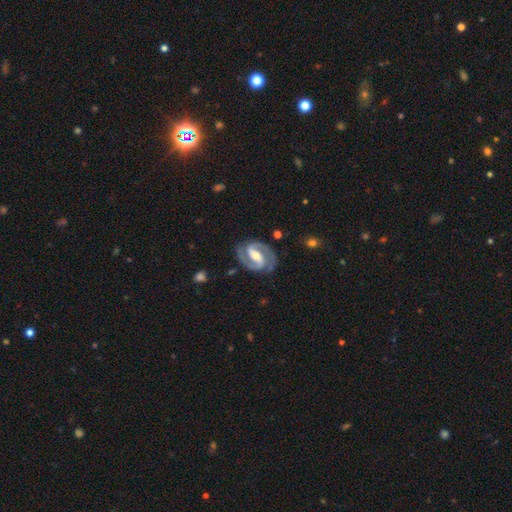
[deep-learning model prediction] Smooth or featured? Predicted: featured or disk (p=0.92). Edge-on disk? Predicted: no (p=0.98). Bar? Predicted: strong (p=0.63). Spiral arms? Predicted: yes (p=0.97). Spiral winding? Predicted: medium (p=0.53). Spiral arm count? Predicted: 2 (p=0.94). Bulge size? Predicted: moderate (p=0.60). Merging? Predicted: none (p=0.83).